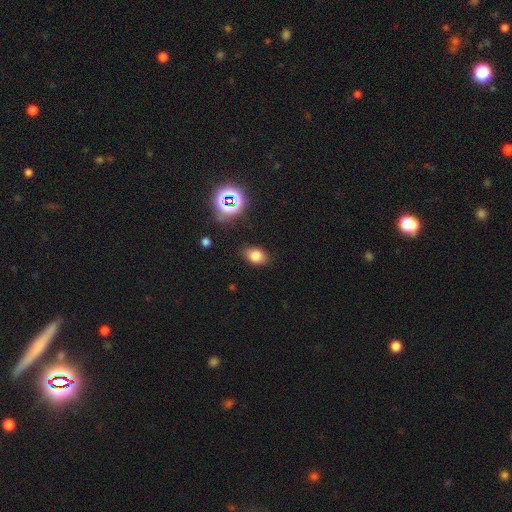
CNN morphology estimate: type=smooth (76%); roundness=in between (82%); merging=none (84%).